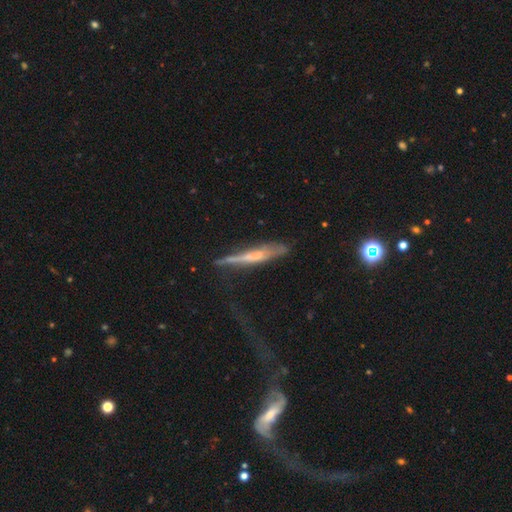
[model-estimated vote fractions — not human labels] Overall: featured or disk (51%; smooth 40%). Edge-on disk: yes (84%). Merging: none (39%; major disturbance 29%).